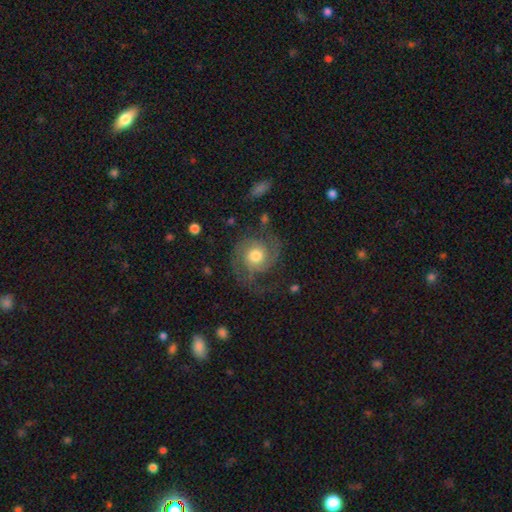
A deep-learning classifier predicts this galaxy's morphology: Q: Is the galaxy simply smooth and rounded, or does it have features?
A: featured or disk — 81%.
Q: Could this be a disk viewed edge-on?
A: no — 98%.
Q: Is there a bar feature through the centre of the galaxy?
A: no — 78%.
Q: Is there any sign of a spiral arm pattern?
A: yes — 96%.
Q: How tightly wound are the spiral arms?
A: medium — 46%.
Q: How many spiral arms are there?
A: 2 — 65%.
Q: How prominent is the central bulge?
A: moderate — 66%.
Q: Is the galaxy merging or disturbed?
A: none — 68%.